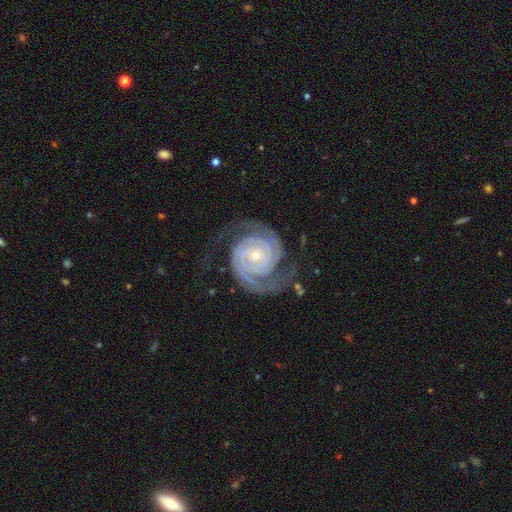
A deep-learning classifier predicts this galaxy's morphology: The model was most divided on "spiral winding": tight: 69%, medium: 26%, loose: 5%. More confident: spiral arms — yes (99%); edge-on disk — no (98%); smooth or featured — featured or disk (93%); spiral arm count — 2 (83%); merging — none (74%); bulge size — small (73%); bar — no (68%).